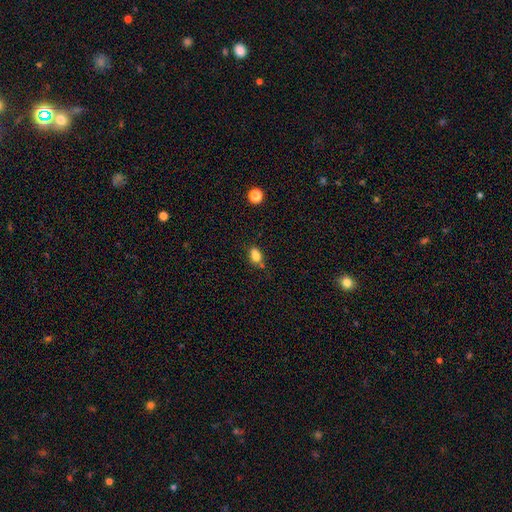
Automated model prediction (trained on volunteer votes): Smooth or featured: smooth — 81% (star or artifact — 11%)
How rounded: in between — 76% (round — 21%)
Merging: none — 61% (minor disturbance — 20%)